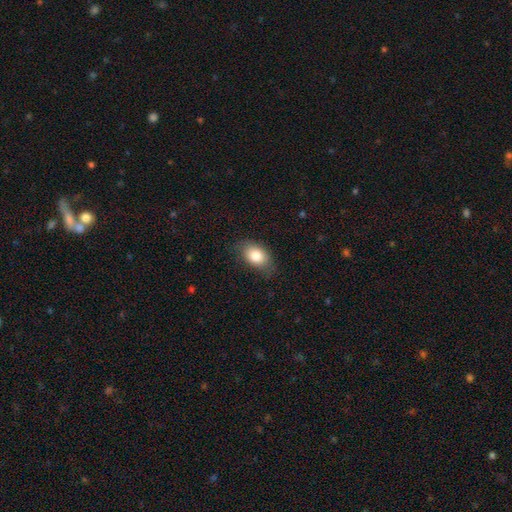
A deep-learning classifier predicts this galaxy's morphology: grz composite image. It shows a smooth galaxy with no disk features (82%) that is in between round and cigar-shaped (85%). Merging: none (74%).